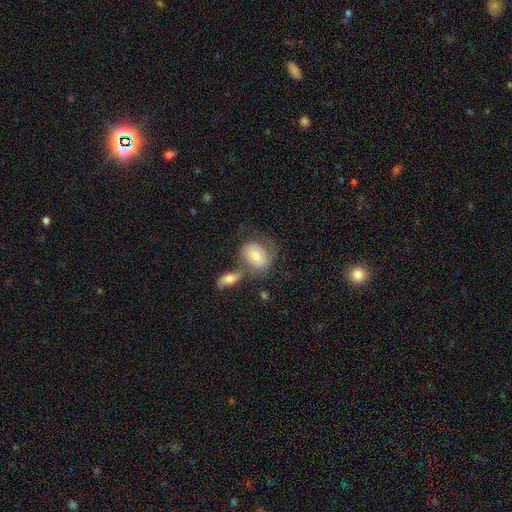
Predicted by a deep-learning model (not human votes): Overall: smooth (56%; featured or disk 36%). How rounded: in between (61%; round 38%). Merging: none (36%; merger 31%).